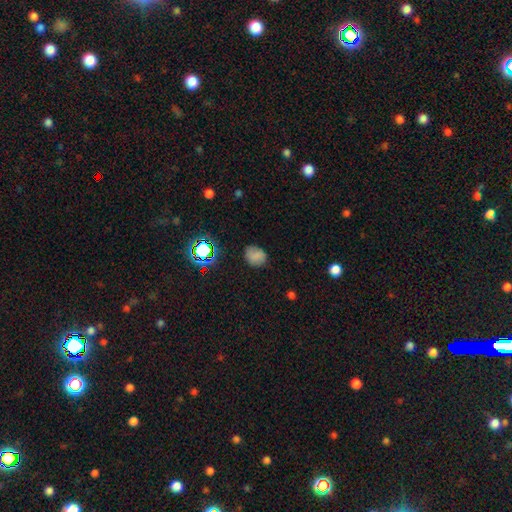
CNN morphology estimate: smooth_or_featured: smooth (p=0.75) [alt: star or artifact p=0.17]
how_rounded: round (p=0.59) [alt: in between p=0.40]
merging: none (p=0.74) [alt: minor disturbance p=0.19]